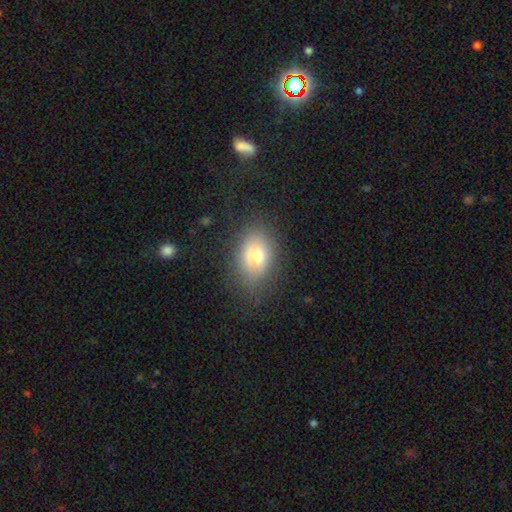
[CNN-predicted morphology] Smooth or featured: smooth — 70% (featured or disk — 19%)
How rounded: in between — 76% (round — 22%)
Merging: none — 74% (minor disturbance — 17%)